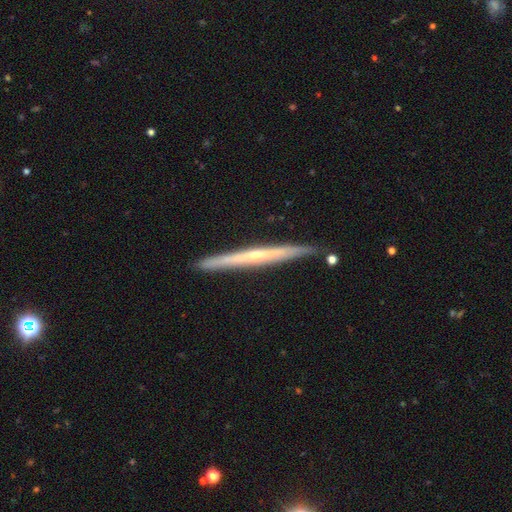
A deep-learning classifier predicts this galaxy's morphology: featured or disk 72%, smooth 22%, star or artifact 6%. Down the decision tree: edge-on disk — yes (97%); edge-on bulge — rounded (51%); merging — none (88%).